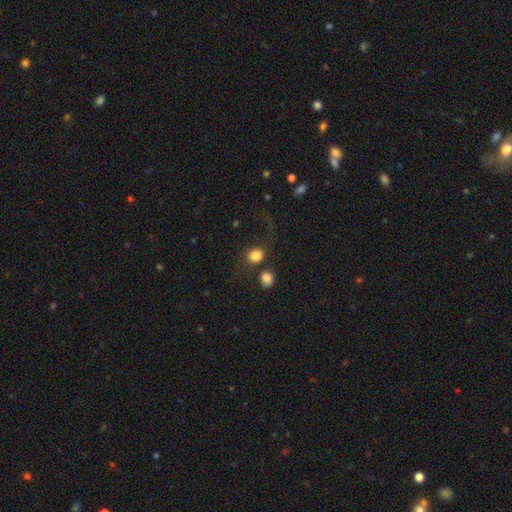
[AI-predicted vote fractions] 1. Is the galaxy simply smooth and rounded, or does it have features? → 82% smooth, 10% star or artifact, 7% featured or disk.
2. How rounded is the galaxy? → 78% round, 21% in between, 1% cigar-shaped.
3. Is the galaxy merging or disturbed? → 53% none, 22% merger, 13% major disturbance, 12% minor disturbance.